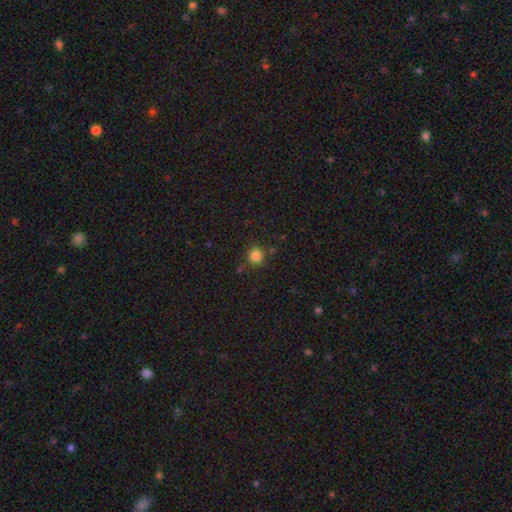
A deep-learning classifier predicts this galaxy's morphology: Smooth or featured? Predicted: smooth (p=0.83). How rounded? Predicted: round (p=0.91). Merging? Predicted: none (p=0.83).